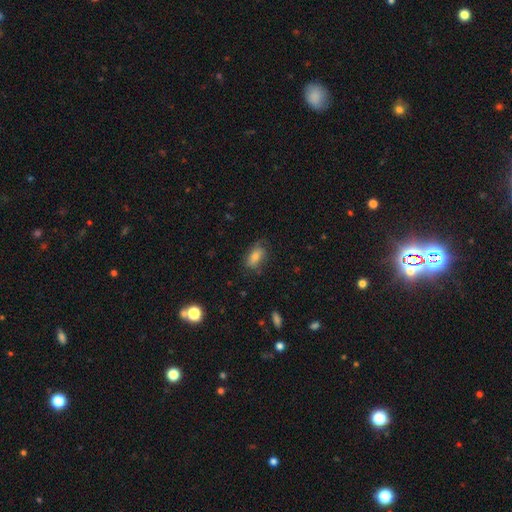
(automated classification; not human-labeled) smooth-or-featured: smooth: 69% | featured or disk: 22% | star or artifact: 9%
  how-rounded: in between: 88% | round: 7% | cigar-shaped: 5%
  merging: none: 63% | minor disturbance: 26% | major disturbance: 10% | merger: 2%